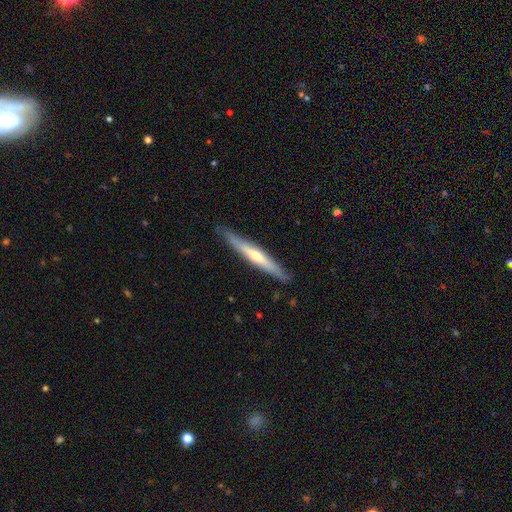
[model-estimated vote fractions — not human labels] Overall: featured or disk (61%; smooth 34%). Edge-on disk: yes (94%). Edge-on bulge: rounded (73%). Merging: none (87%).